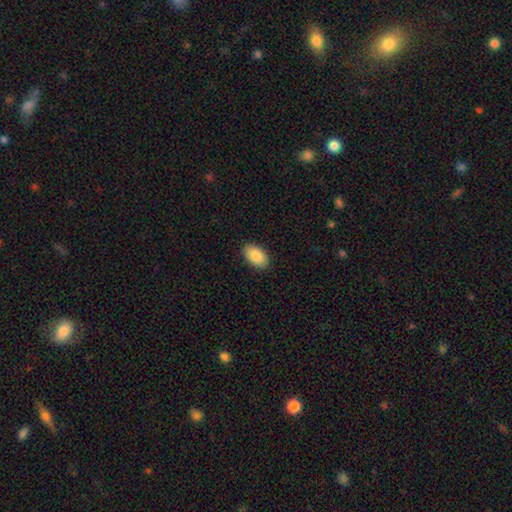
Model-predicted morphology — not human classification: smooth 88%, star or artifact 6%, featured or disk 5%. Down the decision tree: how rounded — in between (94%); merging — none (90%).